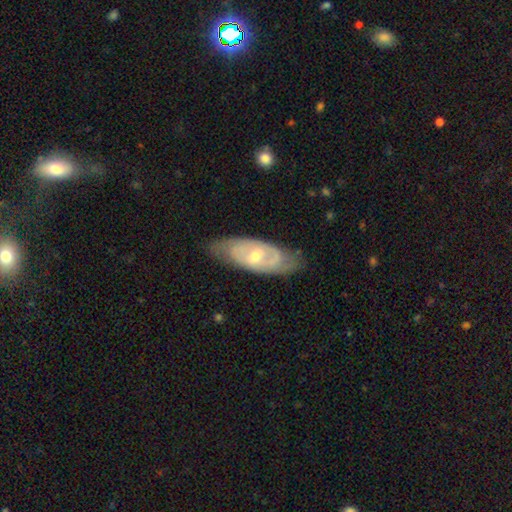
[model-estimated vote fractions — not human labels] Smooth or featured? featured or disk (74%)
Edge-on disk? no (89%)
Bar? weak (51%)
Spiral arms? yes (78%)
Spiral winding? tight (48%)
Spiral arm count? 2 (65%)
Bulge size? moderate (52%)
Merging? none (75%)